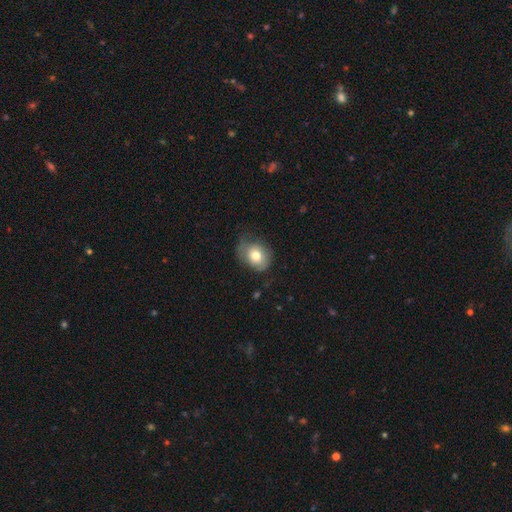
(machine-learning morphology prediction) A smooth galaxy with no disk features (74%) that is round (55%).

Vote fractions:
- Smooth or featured? smooth: 74% / featured or disk: 17% / star or artifact: 9%
- How rounded? round: 55% / in between: 44% / cigar-shaped: 1%
- Merging? none: 50% / minor disturbance: 34% / major disturbance: 14% / merger: 2%